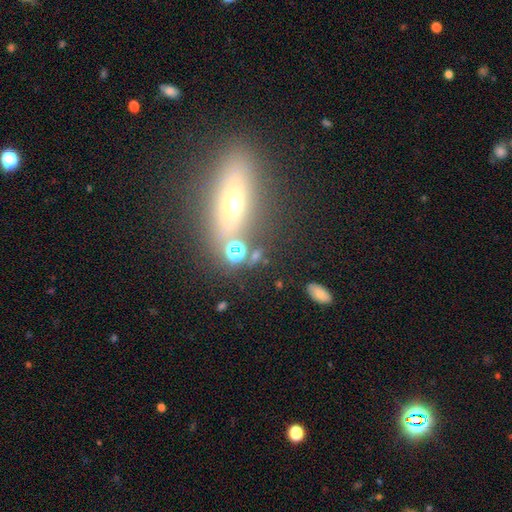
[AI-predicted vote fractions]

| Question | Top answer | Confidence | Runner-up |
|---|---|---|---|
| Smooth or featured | smooth | 45% | star or artifact (41%) |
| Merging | none | 71% | merger (12%) |